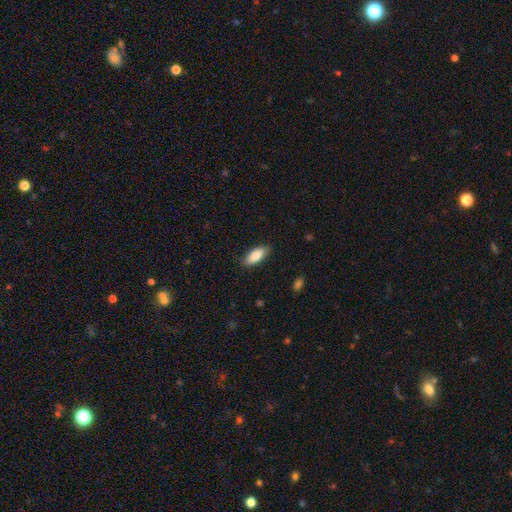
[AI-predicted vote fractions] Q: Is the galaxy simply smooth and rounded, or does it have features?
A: smooth — 86%.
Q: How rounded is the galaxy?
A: in between — 81%.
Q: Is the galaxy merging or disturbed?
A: none — 85%.